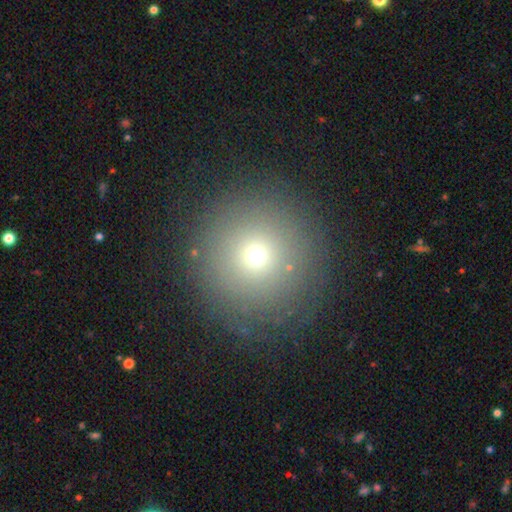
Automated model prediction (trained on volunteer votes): Smooth or featured? Predicted: smooth (p=0.68). How rounded? Predicted: round (p=0.96). Merging? Predicted: none (p=0.88).